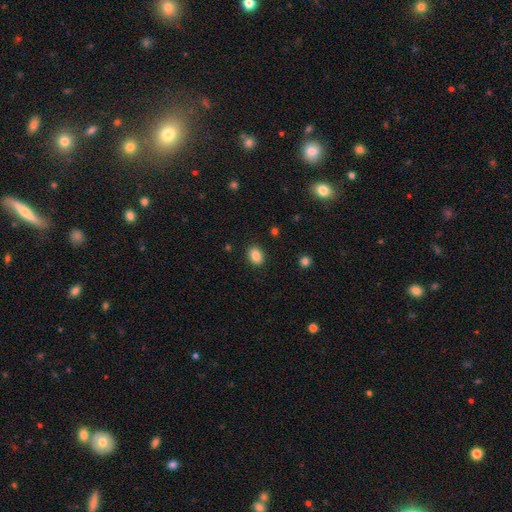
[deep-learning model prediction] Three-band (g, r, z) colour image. It shows a smooth galaxy with no disk features (86%) that is in between round and cigar-shaped (69%). Merging: none (89%).